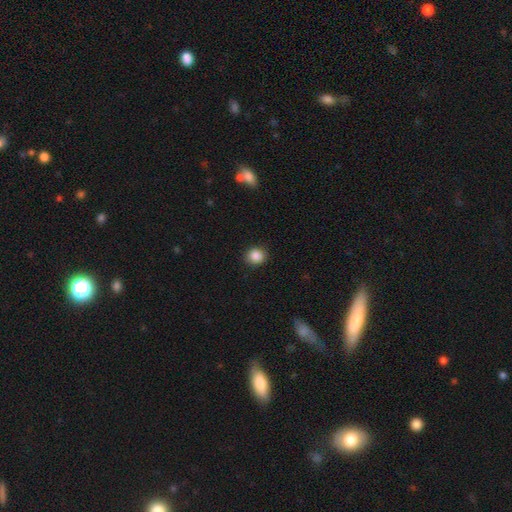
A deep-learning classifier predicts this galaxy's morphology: smooth_or_featured: smooth (p=0.87) [alt: star or artifact p=0.10]
how_rounded: round (p=0.83) [alt: in between p=0.16]
merging: none (p=0.90) [alt: minor disturbance p=0.07]